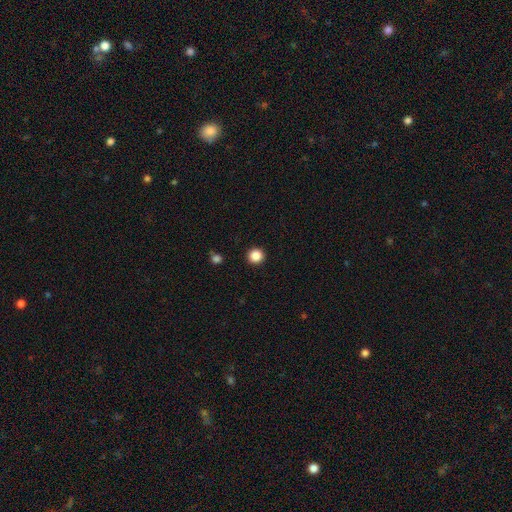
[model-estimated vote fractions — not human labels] smooth-or-featured: smooth: 86% | star or artifact: 11% | featured or disk: 3%
  how-rounded: round: 96% | in between: 3% | cigar-shaped: 1%
  merging: none: 93% | minor disturbance: 4% | major disturbance: 2% | merger: 1%